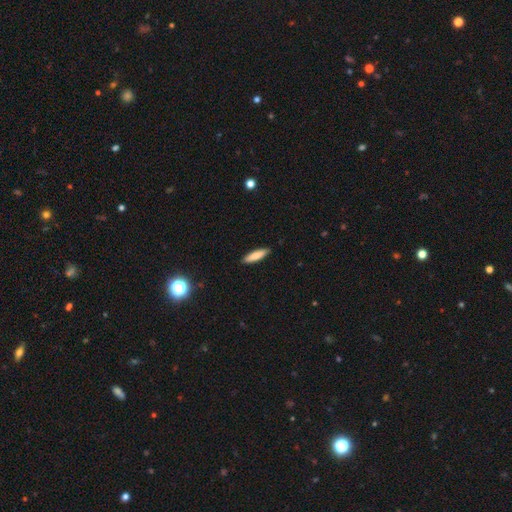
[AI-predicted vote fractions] Smooth or featured: smooth — 82% (featured or disk — 11%)
How rounded: cigar-shaped — 71% (in between — 28%)
Merging: none — 89% (minor disturbance — 8%)